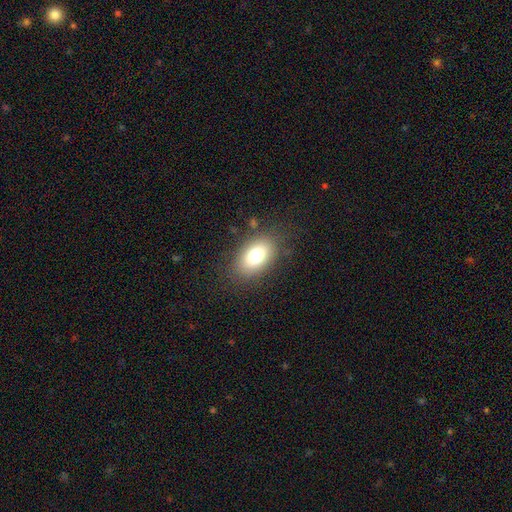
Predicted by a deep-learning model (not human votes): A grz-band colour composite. It shows a smooth galaxy with no disk features (78%) that is in between round and cigar-shaped (90%). Merging: none (82%).